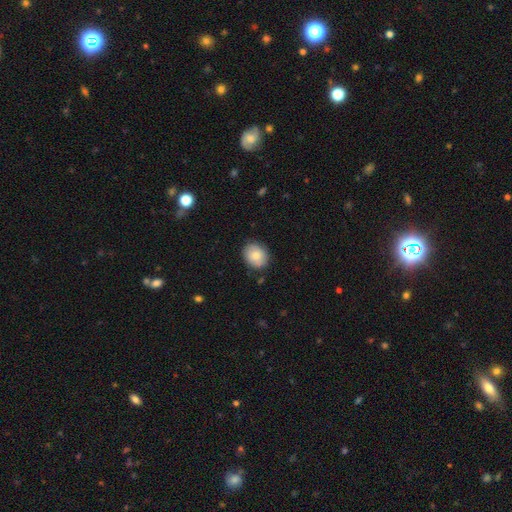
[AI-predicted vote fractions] This appears to be a smooth galaxy with no disk features (82%) that is round (61%). Merging: none (85%).